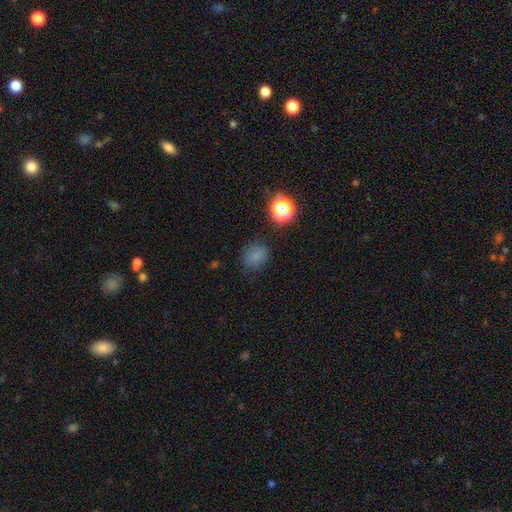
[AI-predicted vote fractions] Smooth or featured? Predicted: smooth (p=0.74). How rounded? Predicted: round (p=0.65). Merging? Predicted: none (p=0.79).